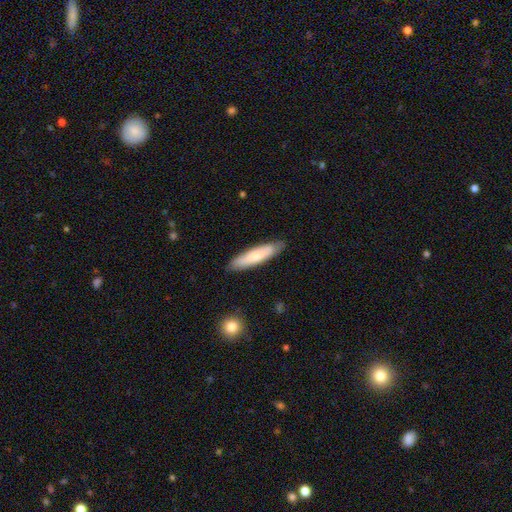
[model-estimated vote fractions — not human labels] Smooth or featured?
  - smooth: 68% *
  - featured or disk: 27%
  - star or artifact: 5%
How rounded?
  - cigar-shaped: 74% *
  - in between: 25%
  - round: 1%
Merging?
  - none: 84% *
  - minor disturbance: 13%
  - major disturbance: 2%
  - merger: 1%